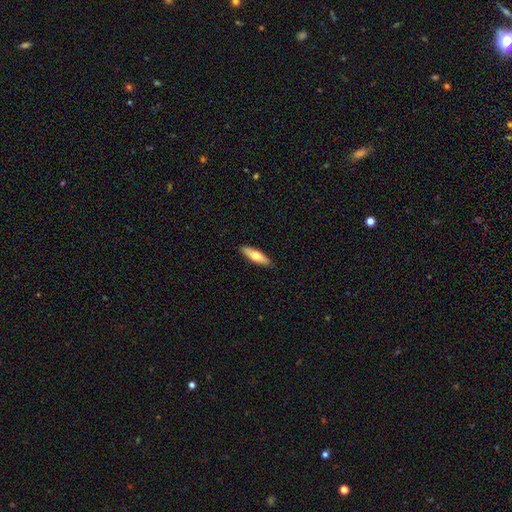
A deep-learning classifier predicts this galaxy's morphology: A smooth galaxy with no disk features (60%) that is cigar-shaped (56%).

Vote fractions:
- Smooth or featured? smooth: 60% / featured or disk: 34% / star or artifact: 5%
- How rounded? cigar-shaped: 56% / in between: 42% / round: 2%
- Merging? none: 89% / minor disturbance: 9% / major disturbance: 2% / merger: 1%